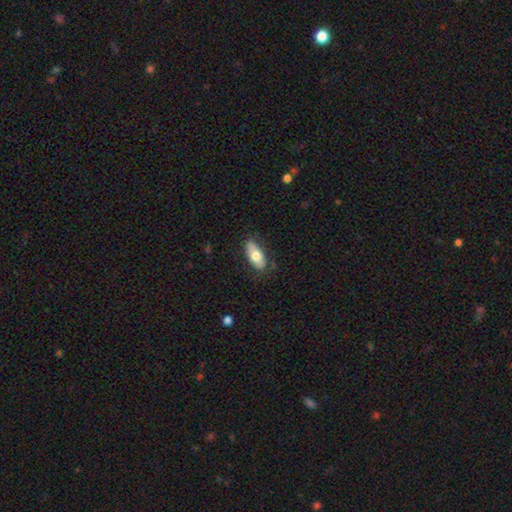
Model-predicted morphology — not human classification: The model was most divided on "smooth or featured": smooth: 68%, featured or disk: 26%, star or artifact: 6%. More confident: how rounded — in between (85%); merging — none (80%).